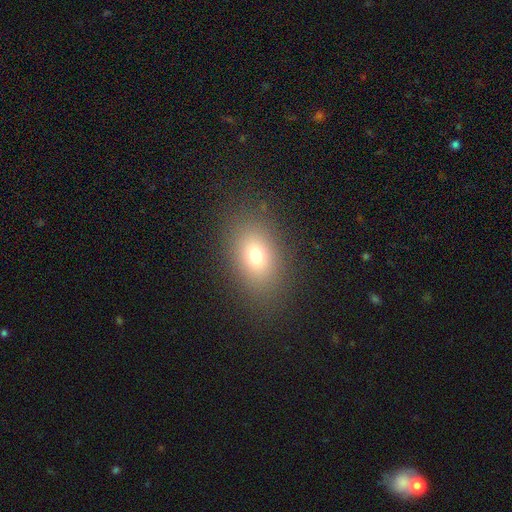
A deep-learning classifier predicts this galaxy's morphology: A smooth galaxy with no disk features (72%) that is in between round and cigar-shaped (77%). Merging: none (85%).